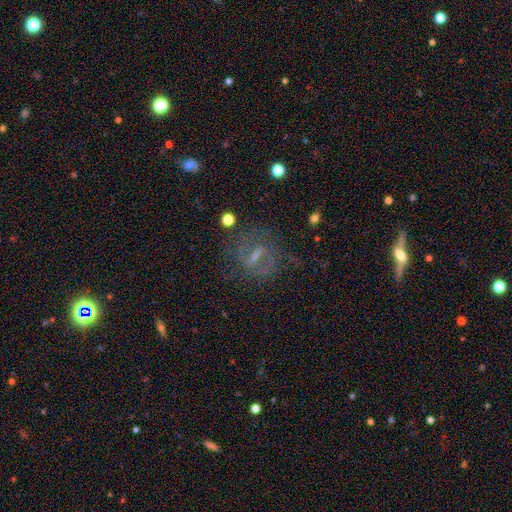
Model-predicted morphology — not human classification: Smooth or featured?
  - featured or disk: 65% *
  - smooth: 20%
  - star or artifact: 15%
Edge-on disk?
  - no: 90% *
  - yes: 10%
Bar?
  - strong: 53% *
  - weak: 35%
  - no: 12%
Spiral arms?
  - yes: 72% *
  - no: 28%
Bulge size?
  - none: 38% *
  - small: 33%
  - moderate: 23%
  - large: 5%
  - dominant: 1%
Merging?
  - none: 67% *
  - minor disturbance: 16%
  - major disturbance: 15%
  - merger: 3%